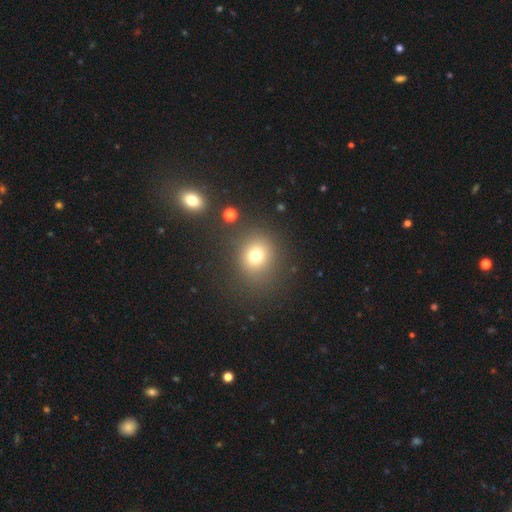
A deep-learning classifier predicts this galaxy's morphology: smooth 74%, star or artifact 17%, featured or disk 9%. Down the decision tree: how rounded — round (80%); merging — none (82%).